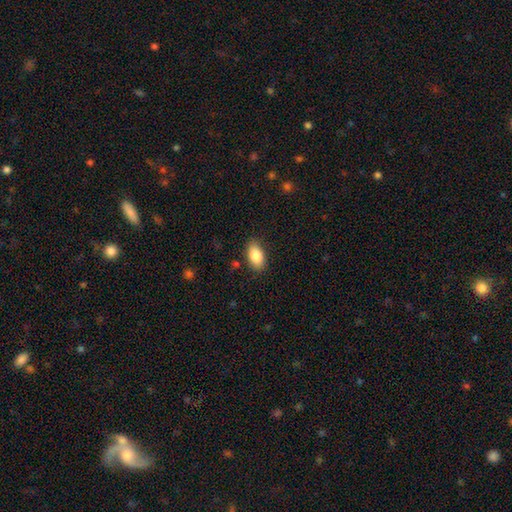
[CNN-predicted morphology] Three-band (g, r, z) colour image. It shows a smooth galaxy with no disk features (85%) that is in between round and cigar-shaped (92%). Merging: none (85%).